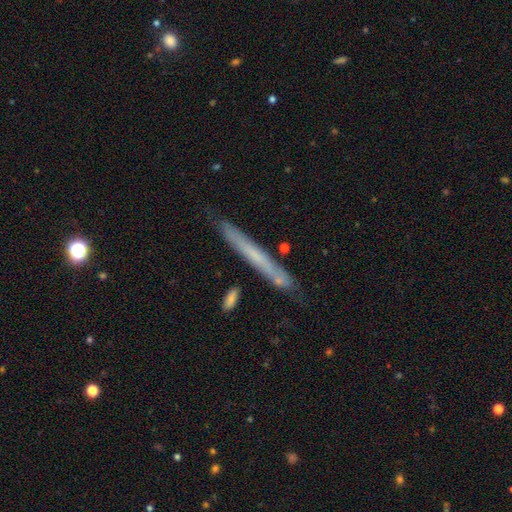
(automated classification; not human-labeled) smooth_or_featured: smooth (p=0.48) [alt: featured or disk p=0.44]
merging: none (p=0.81) [alt: minor disturbance p=0.13]